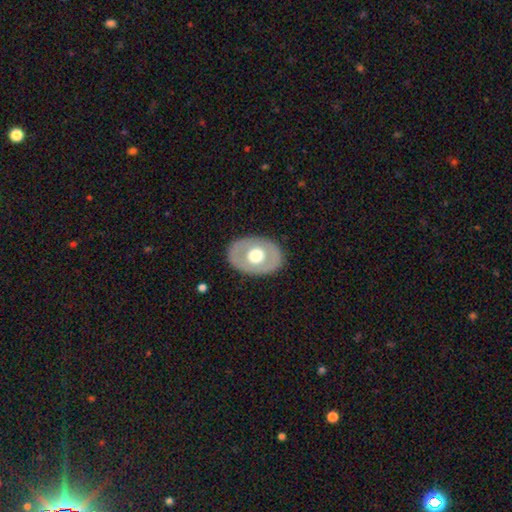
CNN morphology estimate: This appears to be a smooth galaxy with no disk features (48%). Merging: none (84%).